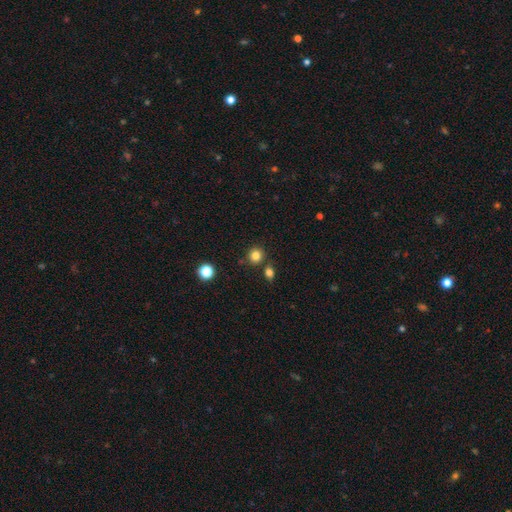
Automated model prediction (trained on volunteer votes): smooth 82%, star or artifact 13%, featured or disk 5%. Down the decision tree: how rounded — round (89%); merging — none (81%).